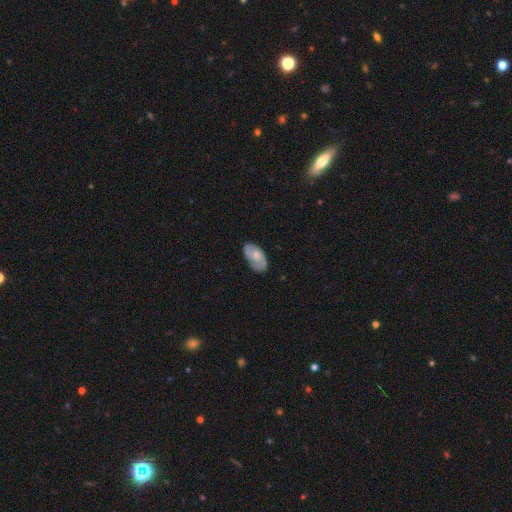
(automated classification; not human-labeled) The model was most divided on "bulge size": moderate: 42%, small: 37%, none: 13%, large: 7%, dominant: 1%. More confident: edge-on disk — no (95%); spiral arms — yes (83%); merging — none (72%); bar — no (69%); smooth or featured — featured or disk (55%).